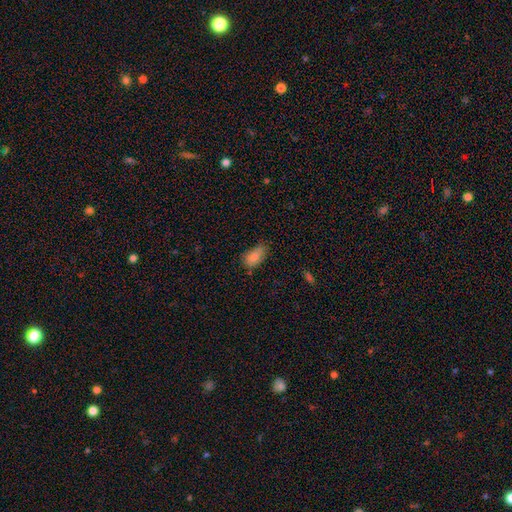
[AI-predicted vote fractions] Overall: smooth (83%). How rounded: in between (90%). Merging: none (54%; minor disturbance 36%).